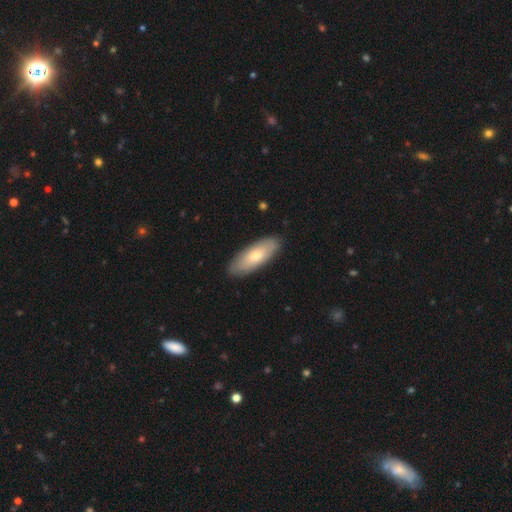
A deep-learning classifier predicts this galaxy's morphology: smooth-or-featured: smooth: 68% | featured or disk: 27% | star or artifact: 5%
  how-rounded: in between: 76% | cigar-shaped: 22% | round: 2%
  merging: none: 87% | minor disturbance: 10% | major disturbance: 2% | merger: 1%